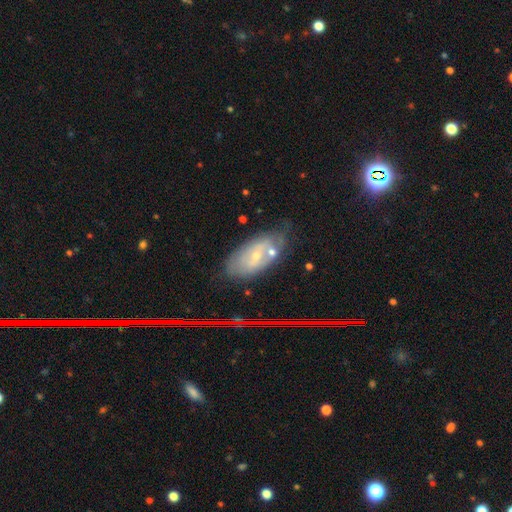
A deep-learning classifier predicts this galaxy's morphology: smooth_or_featured: featured or disk (p=0.58) [alt: smooth p=0.31]
disk_edge_on: no (p=0.89) [alt: yes p=0.11]
bar: no (p=0.56) [alt: weak p=0.32]
has_spiral_arms: yes (p=0.58) [alt: no p=0.42]
bulge_size: small (p=0.73) [alt: moderate p=0.23]
merging: none (p=0.60) [alt: minor disturbance p=0.23]